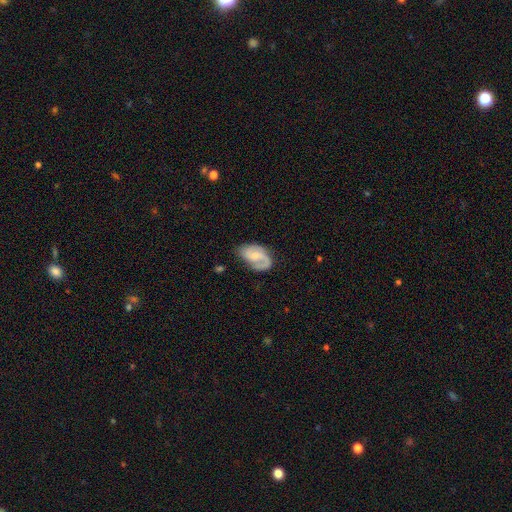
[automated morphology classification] A featured or disk galaxy (74%) with no bar (52%), 2 (68%) medium (46%) spiral arms (93%) and a small central bulge (51%). Merging: none (59%).